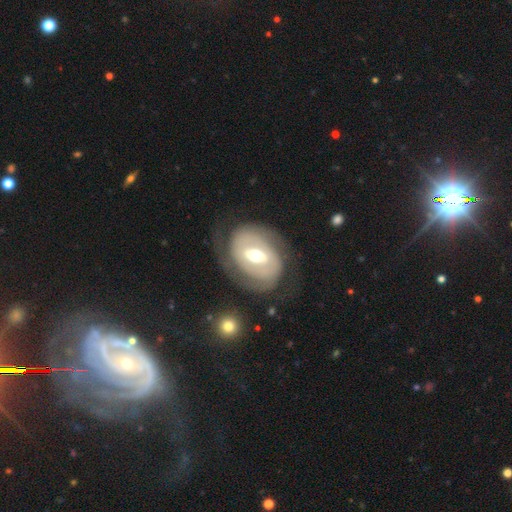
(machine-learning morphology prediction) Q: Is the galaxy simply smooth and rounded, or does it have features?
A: featured or disk — 78%.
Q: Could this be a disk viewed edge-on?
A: no — 96%.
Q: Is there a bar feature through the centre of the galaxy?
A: weak — 39%, tied with strong.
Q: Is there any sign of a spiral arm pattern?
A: yes — 70%.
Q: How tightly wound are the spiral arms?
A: tight — 53%.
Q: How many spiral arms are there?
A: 2 — 69%.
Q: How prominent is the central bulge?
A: moderate — 71%.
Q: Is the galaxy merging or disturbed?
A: none — 66%.